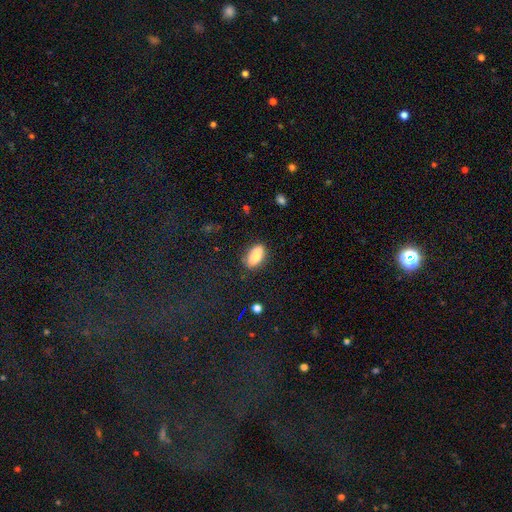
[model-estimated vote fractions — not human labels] The model was most divided on "merging": none: 81%, minor disturbance: 14%, major disturbance: 4%, merger: 2%. More confident: how rounded — in between (87%); smooth or featured — smooth (85%).